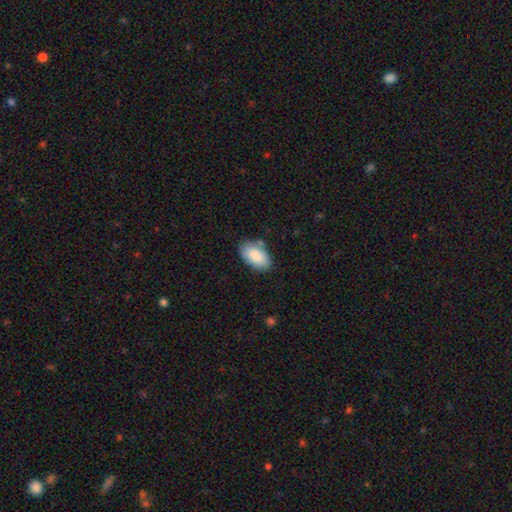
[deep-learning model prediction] The model was most divided on "merging": none: 79%, minor disturbance: 15%, major disturbance: 3%, merger: 3%. More confident: how rounded — in between (95%); smooth or featured — smooth (86%).